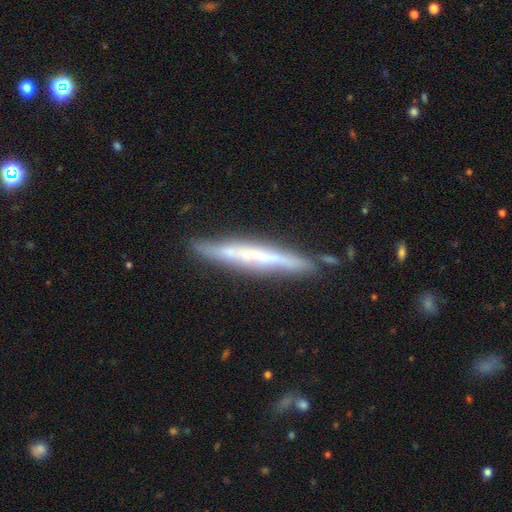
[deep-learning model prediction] Smooth or featured: featured or disk — 61% (smooth — 33%)
Edge-on disk: yes — 92% (no — 8%)
Edge-on bulge: none — 74% (rounded — 15%)
Merging: none — 81% (minor disturbance — 13%)